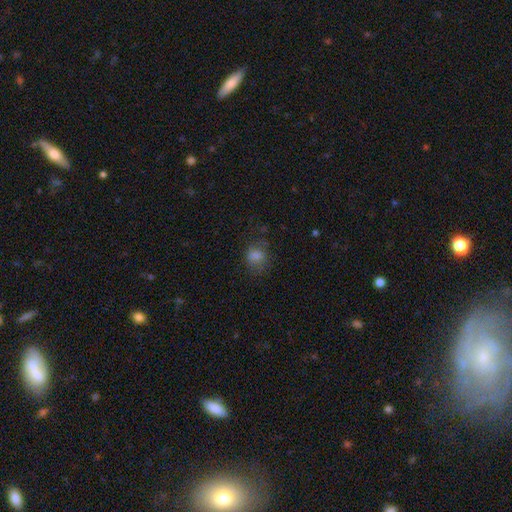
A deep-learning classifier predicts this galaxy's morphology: smooth 73%, star or artifact 16%, featured or disk 11%. Down the decision tree: how rounded — round (64%); merging — none (67%).